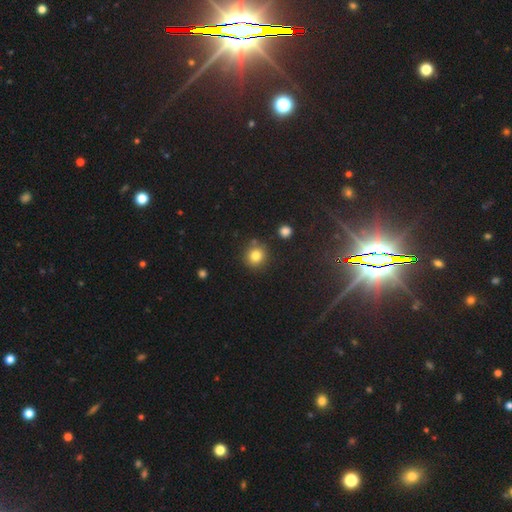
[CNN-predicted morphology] Smooth or featured? Predicted: smooth (p=0.81). How rounded? Predicted: round (p=0.90). Merging? Predicted: none (p=0.83).